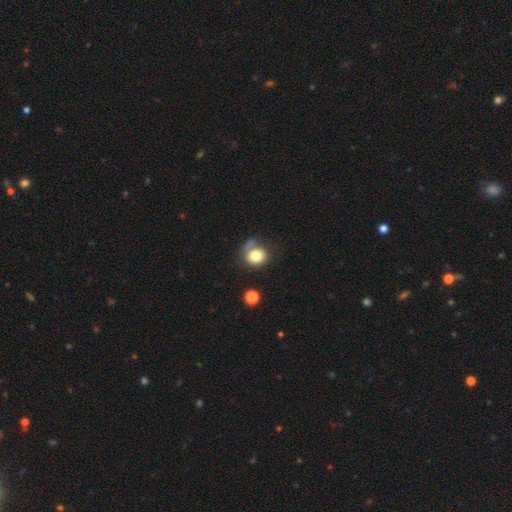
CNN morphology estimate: smooth-or-featured: smooth: 78% | featured or disk: 13% | star or artifact: 9%
  how-rounded: round: 78% | in between: 21% | cigar-shaped: 1%
  merging: none: 53% | minor disturbance: 21% | major disturbance: 14% | merger: 12%